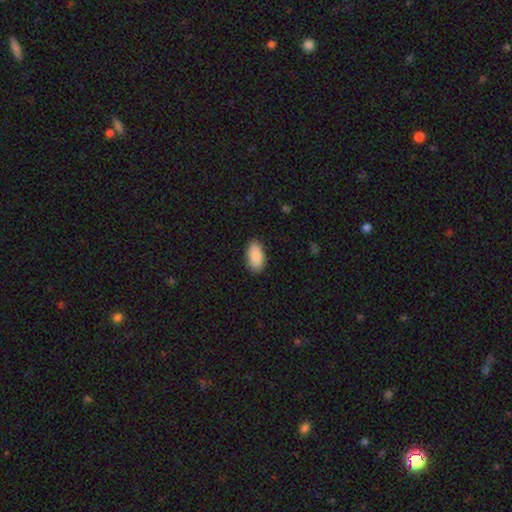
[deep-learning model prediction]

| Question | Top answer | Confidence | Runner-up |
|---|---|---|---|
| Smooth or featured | smooth | 89% | star or artifact (6%) |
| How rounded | in between | 95% | round (3%) |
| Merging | none | 87% | minor disturbance (9%) |